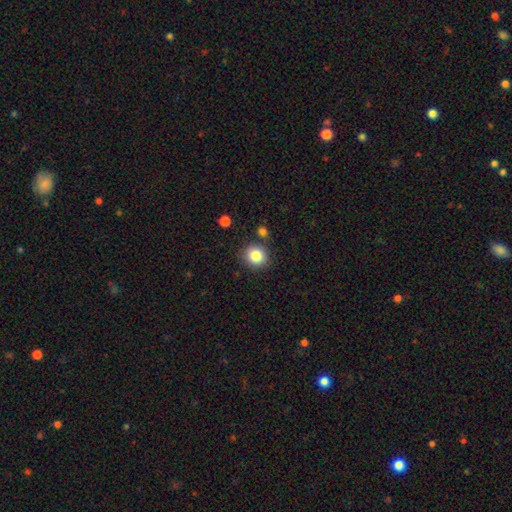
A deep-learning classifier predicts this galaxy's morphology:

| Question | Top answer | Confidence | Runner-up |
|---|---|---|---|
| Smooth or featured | smooth | 83% | star or artifact (10%) |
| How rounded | round | 85% | in between (14%) |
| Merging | none | 84% | minor disturbance (8%) |